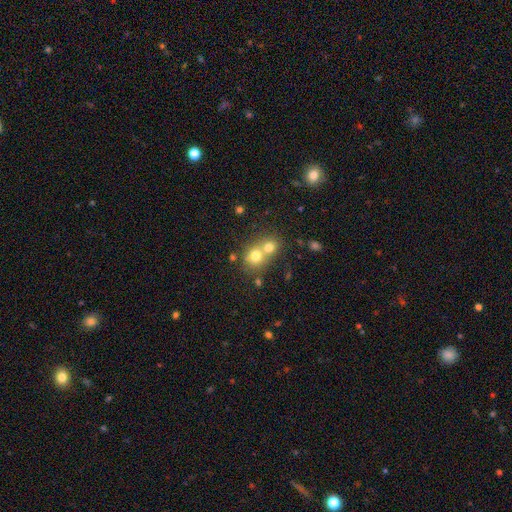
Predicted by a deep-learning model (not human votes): A smooth galaxy with no disk features (71%) that is round (78%).

Vote fractions:
- Smooth or featured? smooth: 71% / featured or disk: 16% / star or artifact: 13%
- How rounded? round: 78% / in between: 21% / cigar-shaped: 1%
- Merging? merger: 63% / none: 30% / minor disturbance: 5% / major disturbance: 2%